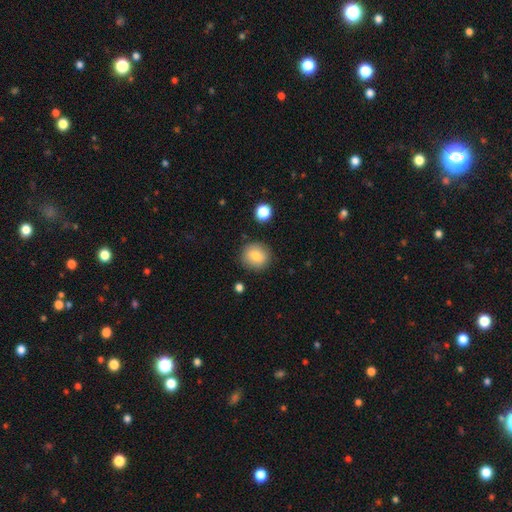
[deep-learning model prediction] smooth_or_featured: smooth (p=0.81) [alt: featured or disk p=0.10]
how_rounded: round (p=0.89) [alt: in between p=0.10]
merging: none (p=0.87) [alt: minor disturbance p=0.08]